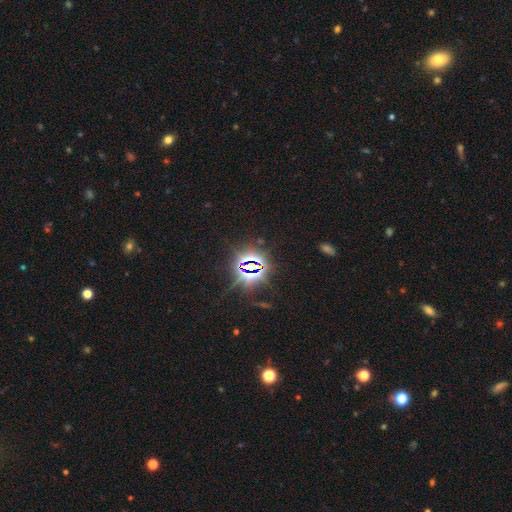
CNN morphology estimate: Smooth or featured? Predicted: star or artifact (p=0.82).